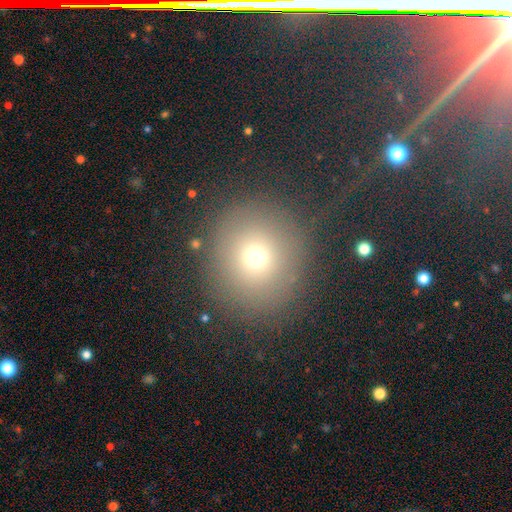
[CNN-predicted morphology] This appears to be a smooth galaxy with no disk features (69%) that is round (92%). Merging: none (80%).